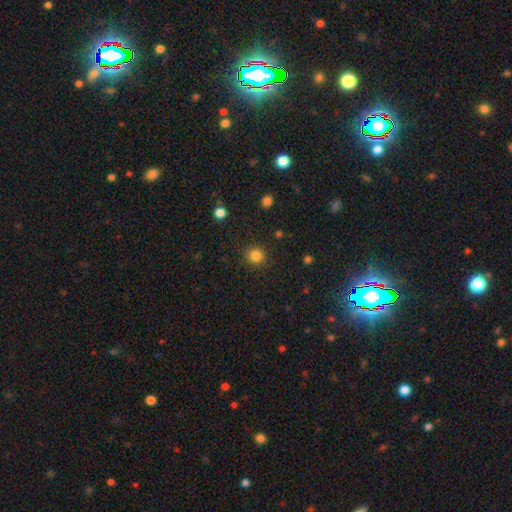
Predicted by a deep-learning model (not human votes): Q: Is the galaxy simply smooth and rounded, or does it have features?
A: smooth — 84%.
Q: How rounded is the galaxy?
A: round — 87%.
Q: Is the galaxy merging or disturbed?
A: none — 89%.